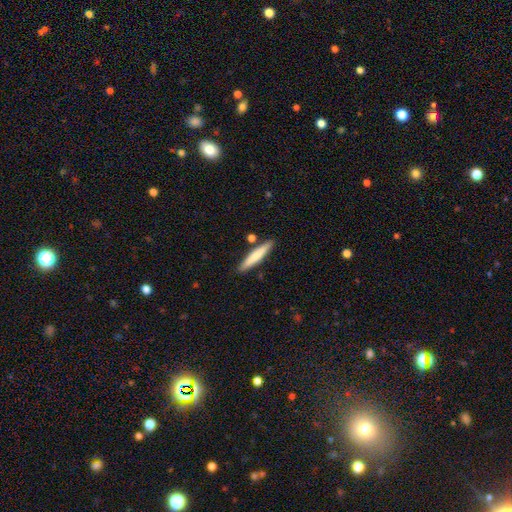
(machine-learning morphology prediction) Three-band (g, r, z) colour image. It shows a smooth galaxy with no disk features (71%) that is cigar-shaped (90%). Merging: none (84%).